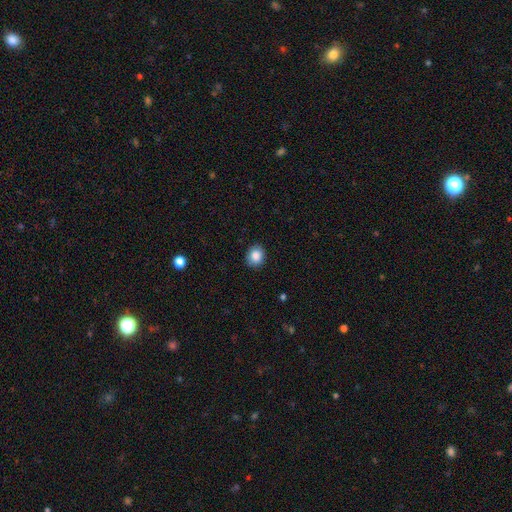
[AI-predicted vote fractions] Q: Smooth or featured?
A: smooth (87%); runner-up: star or artifact (9%)
Q: How rounded?
A: round (65%); runner-up: in between (35%)
Q: Merging?
A: none (88%); runner-up: minor disturbance (9%)